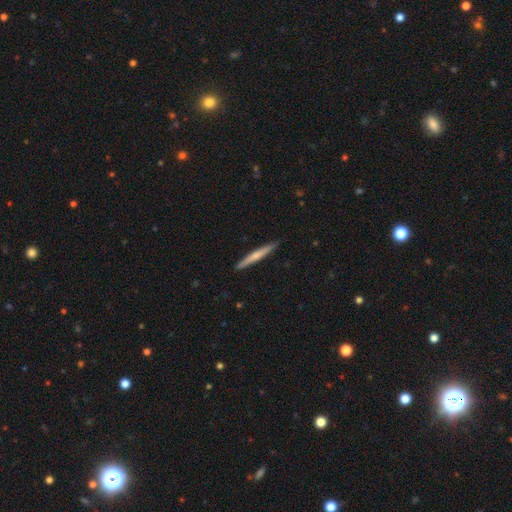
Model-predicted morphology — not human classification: Smooth or featured? Predicted: smooth (p=0.52). How rounded? Predicted: cigar-shaped (p=0.96). Merging? Predicted: none (p=0.91).